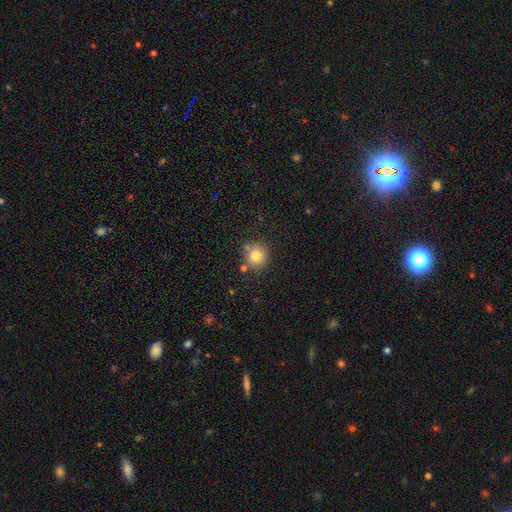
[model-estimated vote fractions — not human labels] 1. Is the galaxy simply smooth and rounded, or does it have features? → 80% smooth, 12% star or artifact, 8% featured or disk.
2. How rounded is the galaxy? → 90% round, 9% in between, 1% cigar-shaped.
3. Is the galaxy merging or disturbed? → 73% none, 13% minor disturbance, 11% merger, 4% major disturbance.